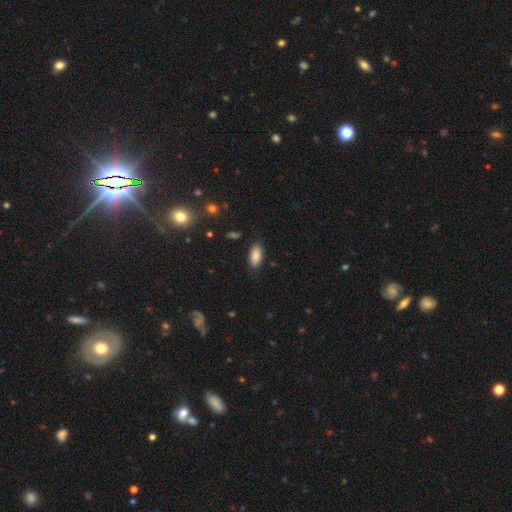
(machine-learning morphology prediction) Smooth or featured: smooth — 86% (star or artifact — 7%)
How rounded: in between — 89% (cigar-shaped — 9%)
Merging: none — 83% (minor disturbance — 13%)